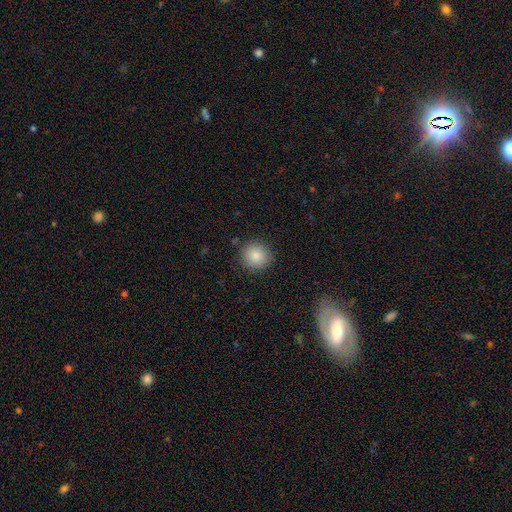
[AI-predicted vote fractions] Smooth or featured: smooth — 86% (star or artifact — 9%)
How rounded: round — 90% (in between — 9%)
Merging: none — 89% (minor disturbance — 7%)